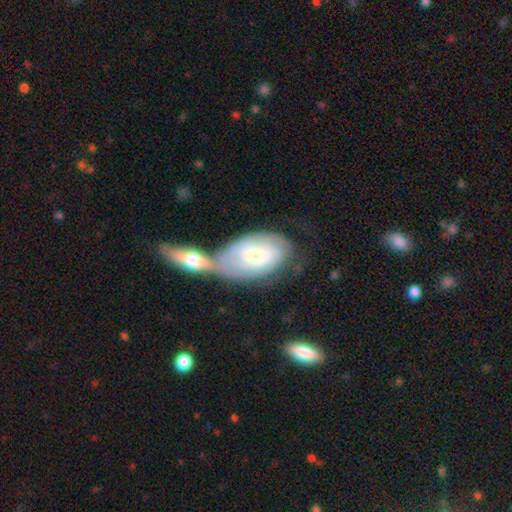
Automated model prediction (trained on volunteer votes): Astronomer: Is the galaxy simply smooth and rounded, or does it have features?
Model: featured or disk — 77%.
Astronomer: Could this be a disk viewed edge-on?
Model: no — 93%.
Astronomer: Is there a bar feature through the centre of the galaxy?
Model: no — 67%.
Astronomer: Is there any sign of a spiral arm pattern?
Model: yes — 91%.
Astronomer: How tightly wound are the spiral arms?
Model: tight — 77%.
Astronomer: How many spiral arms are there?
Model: can't tell — 43% (runner-up: 2, 34%).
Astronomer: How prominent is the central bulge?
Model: moderate — 60%.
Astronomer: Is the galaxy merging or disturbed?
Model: merger — 47% (runner-up: none, 33%).